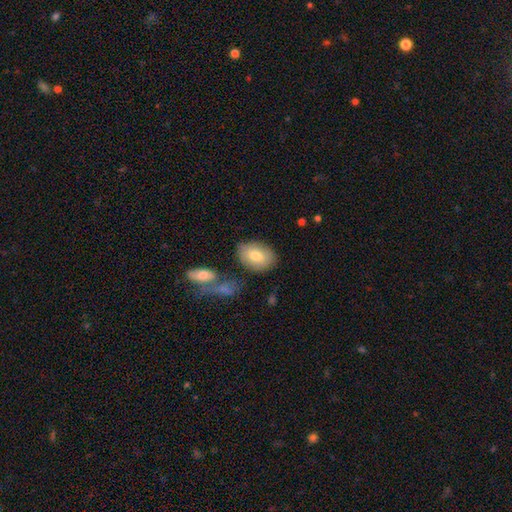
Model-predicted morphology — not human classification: This appears to be a smooth galaxy with no disk features (80%) that is in between round and cigar-shaped (85%). Merging: none (77%).